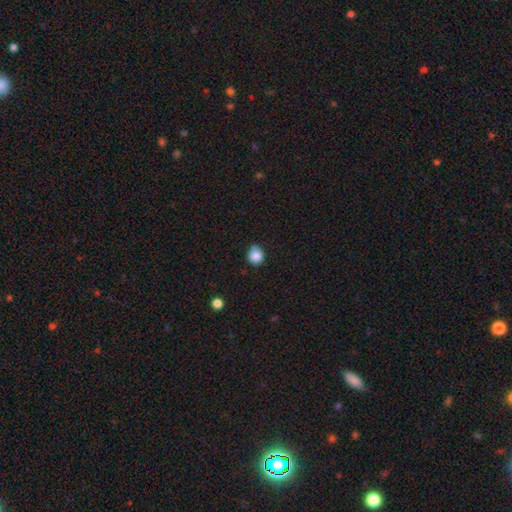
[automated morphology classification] Smooth or featured: smooth — 85% (star or artifact — 10%)
How rounded: round — 77% (in between — 22%)
Merging: none — 58% (minor disturbance — 32%)